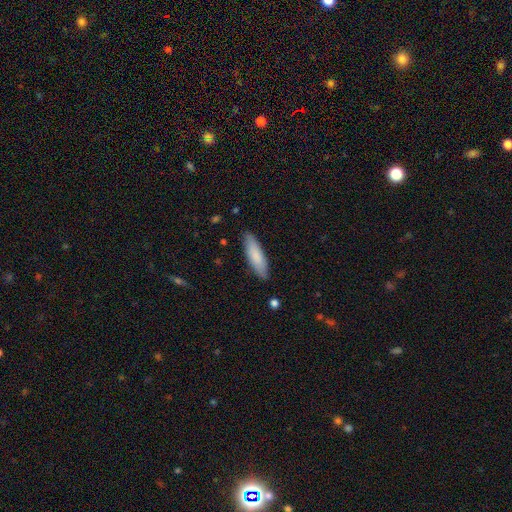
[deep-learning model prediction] Overall: smooth (83%). How rounded: cigar-shaped (59%; in between 40%). Merging: none (87%).